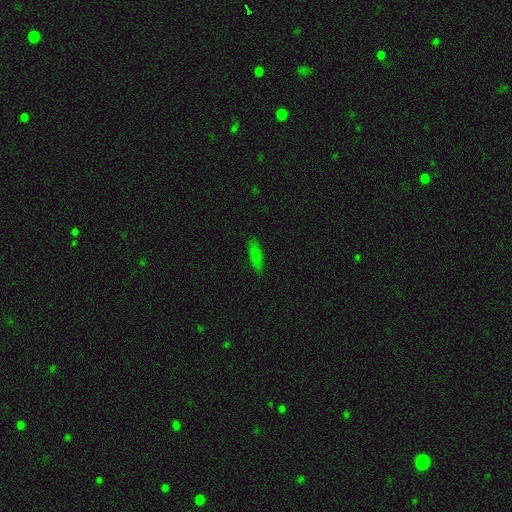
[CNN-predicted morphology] Smooth or featured?
  - smooth: 75% *
  - featured or disk: 15%
  - star or artifact: 10%
How rounded?
  - cigar-shaped: 54% *
  - in between: 43%
  - round: 3%
Merging?
  - none: 85% *
  - minor disturbance: 11%
  - major disturbance: 2%
  - merger: 1%